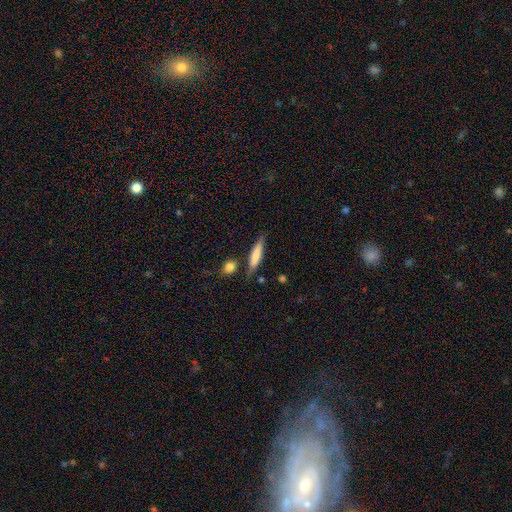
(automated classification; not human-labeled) A smooth galaxy with no disk features (71%) that is cigar-shaped (80%). Merging: none (72%).